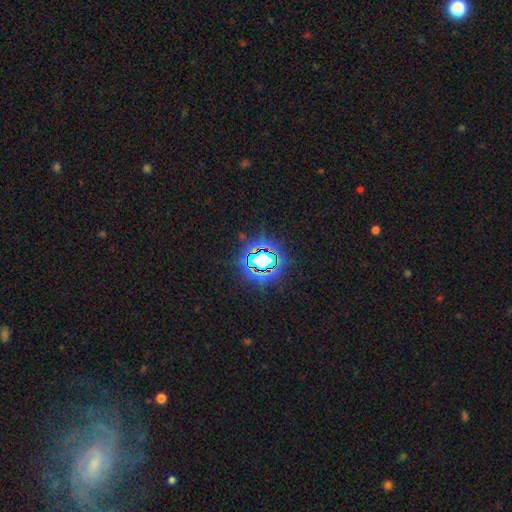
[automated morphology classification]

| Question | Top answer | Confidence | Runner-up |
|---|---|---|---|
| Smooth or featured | star or artifact | 77% | smooth (14%) |